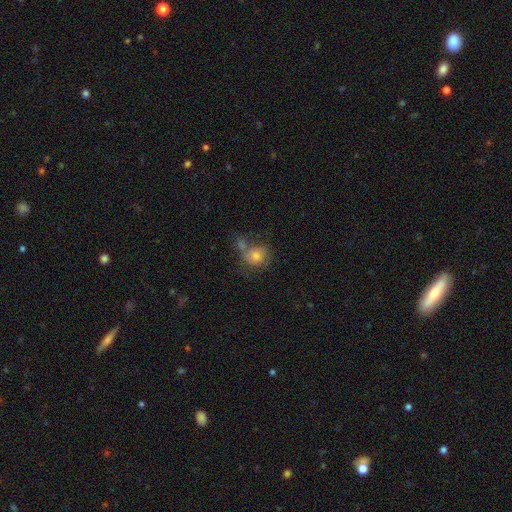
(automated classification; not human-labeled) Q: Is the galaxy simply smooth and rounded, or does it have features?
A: smooth — 65%.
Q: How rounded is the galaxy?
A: round — 71%.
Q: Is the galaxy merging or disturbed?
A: none — 34%.